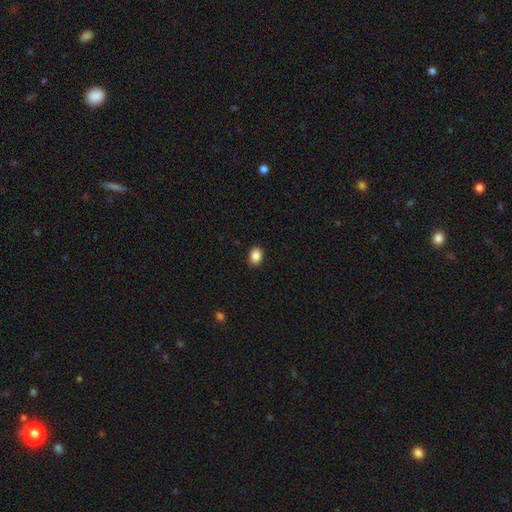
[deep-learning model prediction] A smooth galaxy with no disk features (87%) that is in between round and cigar-shaped (68%). Merging: none (89%).